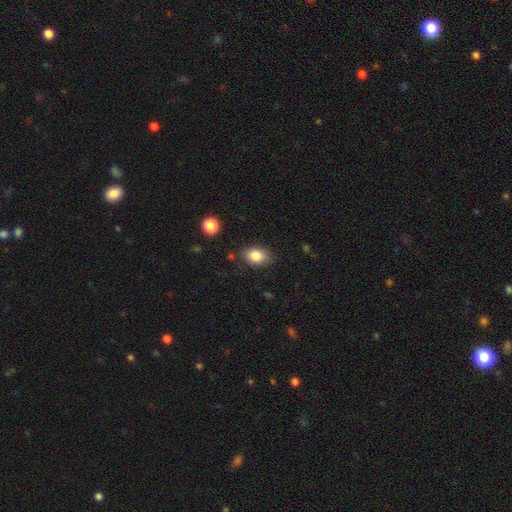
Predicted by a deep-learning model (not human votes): The model was most divided on "how rounded": in between: 79%, round: 20%, cigar-shaped: 1%. More confident: smooth or featured — smooth (83%); merging — none (81%).